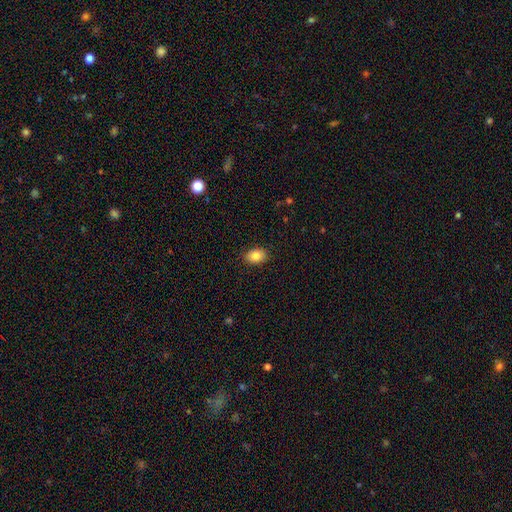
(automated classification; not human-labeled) Smooth or featured?
  - smooth: 85% *
  - star or artifact: 8%
  - featured or disk: 6%
How rounded?
  - in between: 82% *
  - round: 17%
  - cigar-shaped: 1%
Merging?
  - none: 88% *
  - minor disturbance: 9%
  - major disturbance: 2%
  - merger: 1%